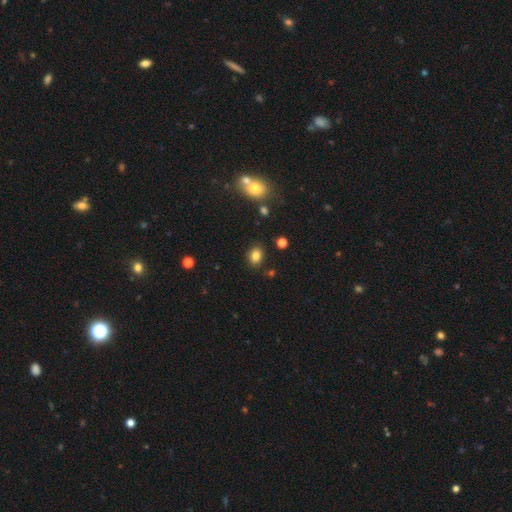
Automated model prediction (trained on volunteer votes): This appears to be a smooth galaxy with no disk features (82%) that is in between round and cigar-shaped (64%). Merging: none (84%).